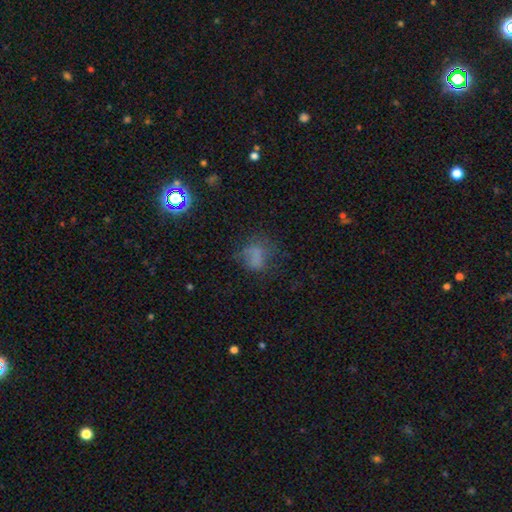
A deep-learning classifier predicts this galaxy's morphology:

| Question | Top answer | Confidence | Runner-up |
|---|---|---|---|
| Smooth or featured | smooth | 58% | star or artifact (21%) |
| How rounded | in between | 50% | round (48%) |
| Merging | none | 45% | major disturbance (27%) |